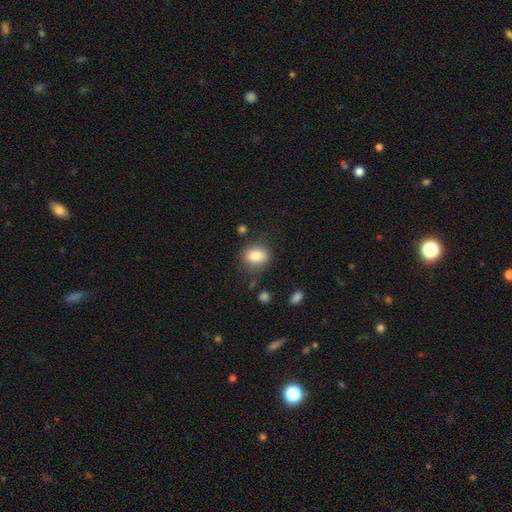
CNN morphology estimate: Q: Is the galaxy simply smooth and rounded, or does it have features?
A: smooth — 81%.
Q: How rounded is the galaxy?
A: in between — 57%.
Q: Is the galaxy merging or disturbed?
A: none — 75%.